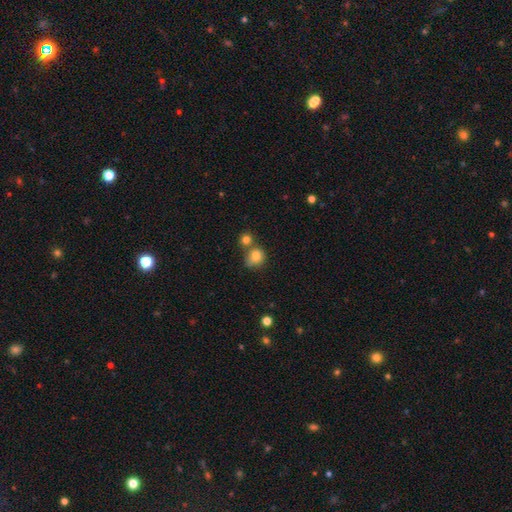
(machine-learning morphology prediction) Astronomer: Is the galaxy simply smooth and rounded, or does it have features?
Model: smooth — 80%.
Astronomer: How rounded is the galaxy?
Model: round — 76%.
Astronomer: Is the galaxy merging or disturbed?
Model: none — 46% (runner-up: merger, 32%).